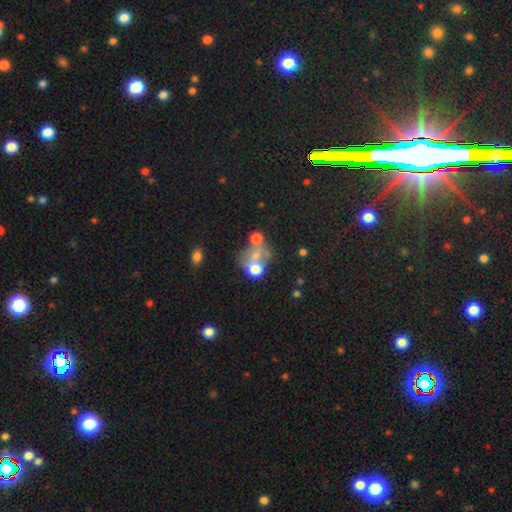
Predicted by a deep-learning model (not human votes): The model was most divided on "how rounded": round: 56%, in between: 43%, cigar-shaped: 1%. More confident: smooth or featured — smooth (55%); merging — merger (54%).